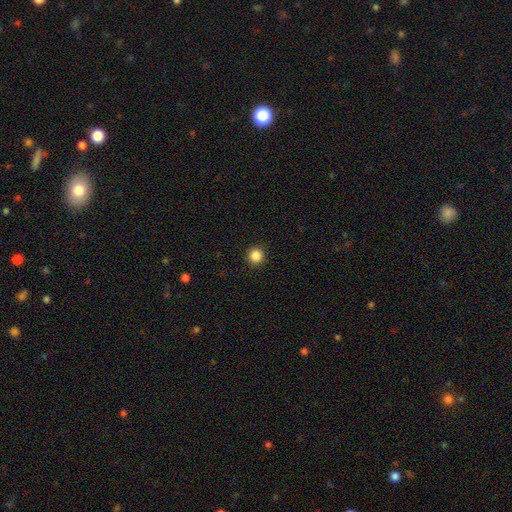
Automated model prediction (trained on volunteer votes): Smooth or featured? smooth (86%)
How rounded? round (95%)
Merging? none (92%)